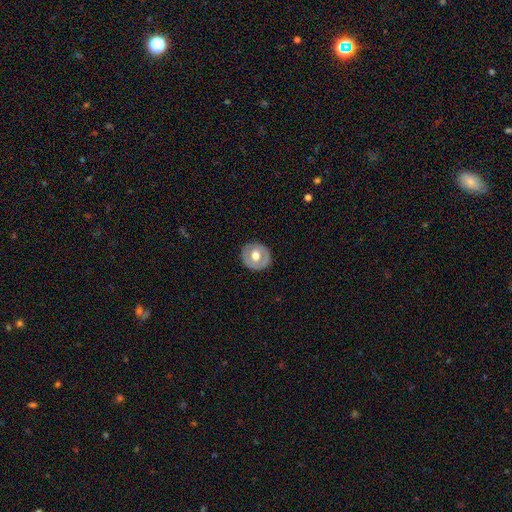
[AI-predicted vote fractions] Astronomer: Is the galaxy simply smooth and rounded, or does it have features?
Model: smooth — 52% (runner-up: featured or disk, 42%).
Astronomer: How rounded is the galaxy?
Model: round — 88%.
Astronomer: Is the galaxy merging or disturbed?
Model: none — 88%.